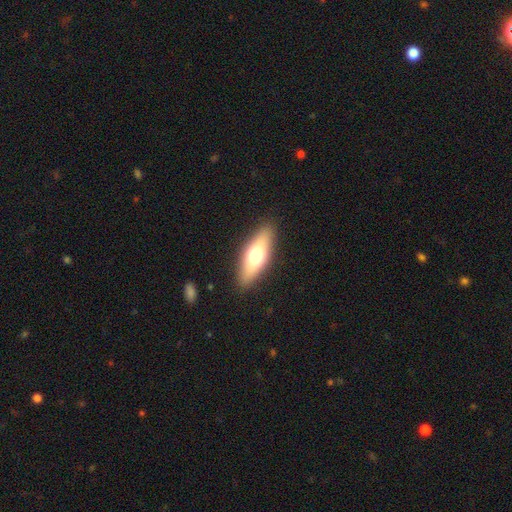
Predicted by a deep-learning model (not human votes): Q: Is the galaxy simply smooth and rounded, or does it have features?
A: smooth — 62%.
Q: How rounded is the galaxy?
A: in between — 57%.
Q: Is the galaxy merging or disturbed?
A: none — 88%.